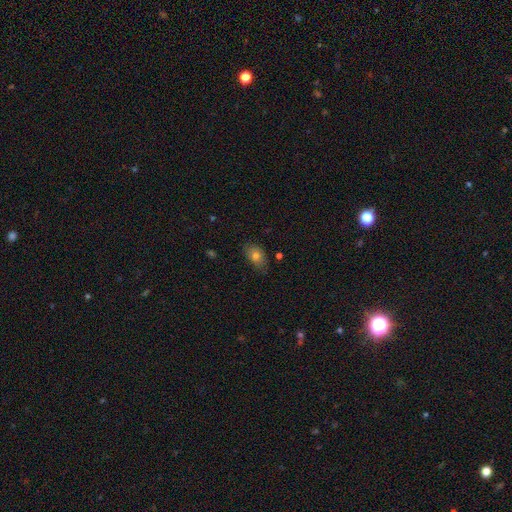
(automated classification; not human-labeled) smooth 76%, featured or disk 14%, star or artifact 10%. Down the decision tree: how rounded — in between (82%); merging — none (74%).